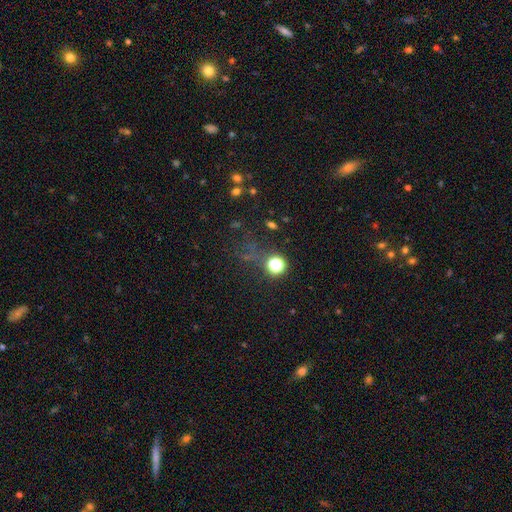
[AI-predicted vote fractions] smooth-or-featured: star or artifact: 57% | smooth: 32% | featured or disk: 11%